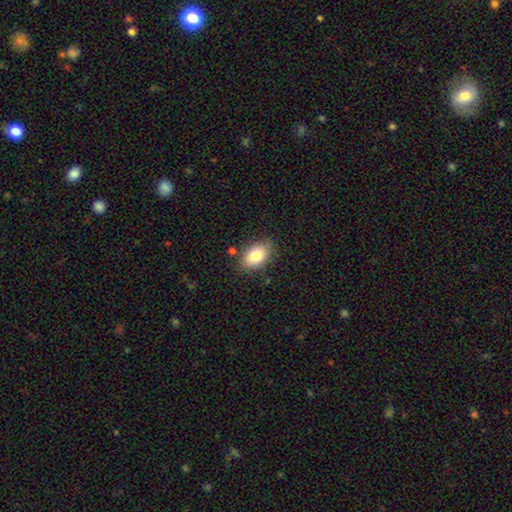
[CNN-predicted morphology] Smooth or featured? smooth (81%)
How rounded? in between (88%)
Merging? none (80%)